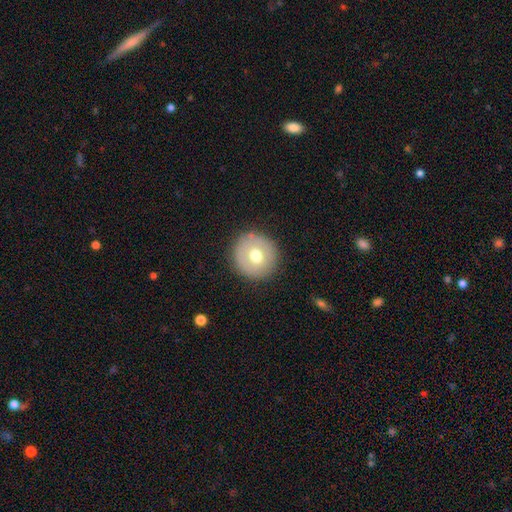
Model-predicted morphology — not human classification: A smooth galaxy with no disk features (66%) that is round (93%). Merging: none (87%).